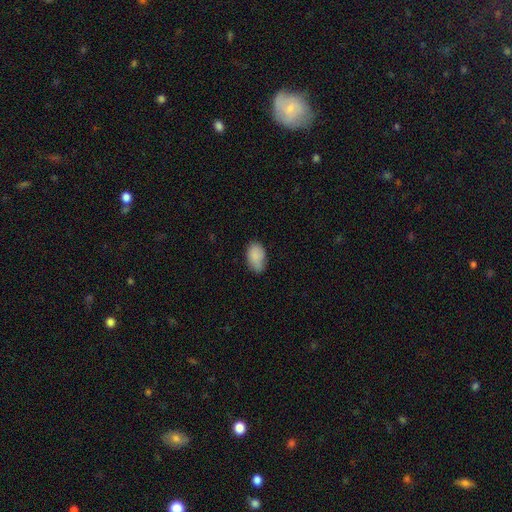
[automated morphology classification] Overall: smooth (86%). How rounded: in between (92%). Merging: none (63%; minor disturbance 30%).